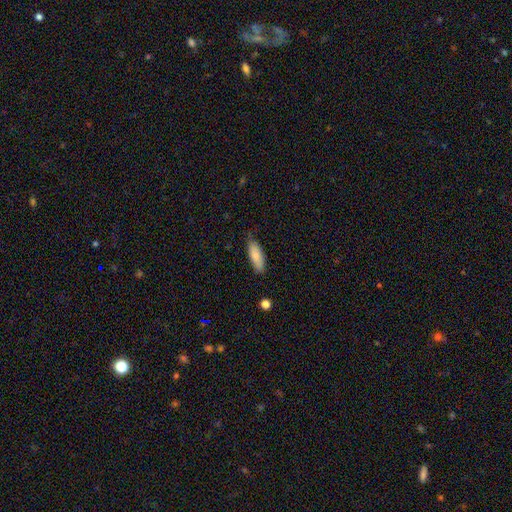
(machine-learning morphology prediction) smooth 82%, featured or disk 12%, star or artifact 6%. Down the decision tree: how rounded — in between (64%); merging — none (77%).